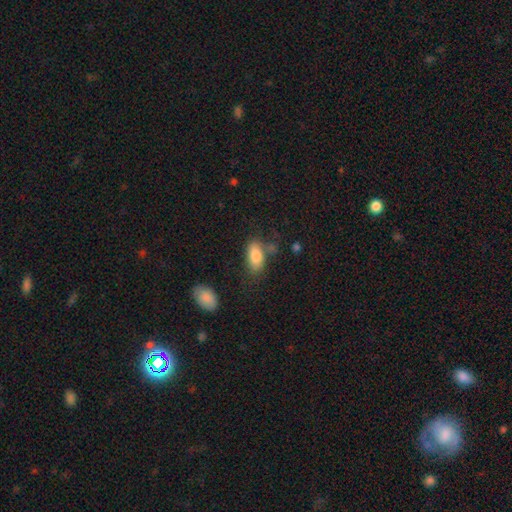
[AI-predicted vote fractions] Morphology: type=smooth (83%); roundness=in between (89%); merging=none (66%).